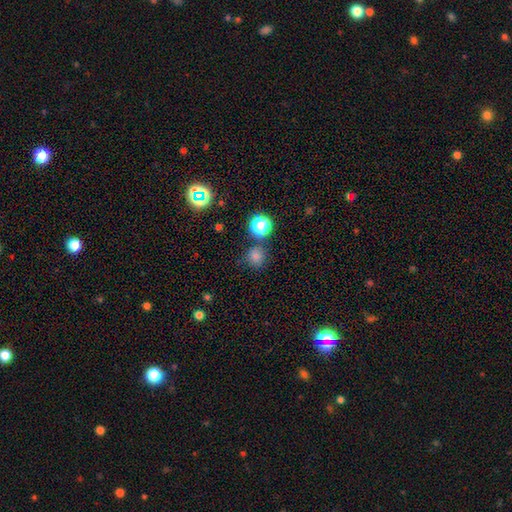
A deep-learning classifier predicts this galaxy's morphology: type=smooth (75%); roundness=round (91%); merging=none (78%).